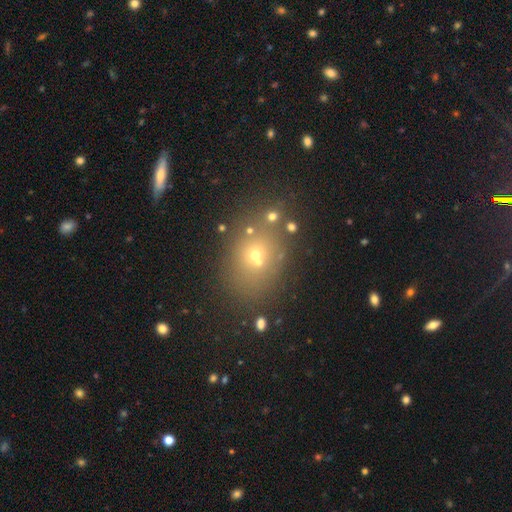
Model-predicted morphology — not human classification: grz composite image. It shows a smooth galaxy with no disk features (54%) that is round (52%). Merging: none (65%).